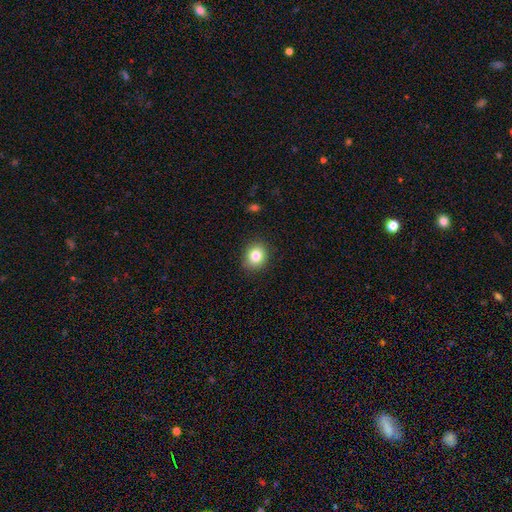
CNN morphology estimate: type=smooth (83%); roundness=round (72%); merging=none (89%).